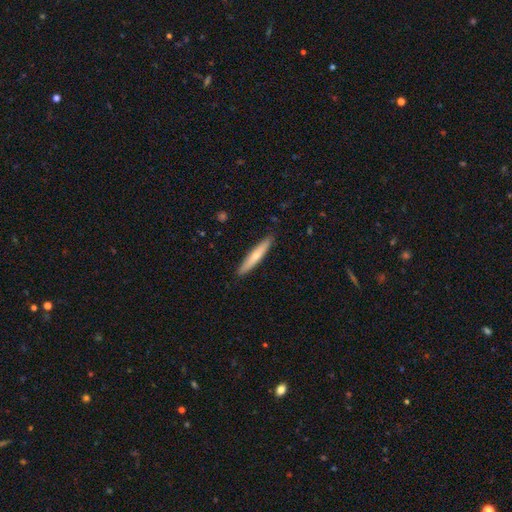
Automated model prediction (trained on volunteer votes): A smooth galaxy with no disk features (61%) that is cigar-shaped (92%).

Vote fractions:
- Smooth or featured? smooth: 61% / featured or disk: 34% / star or artifact: 5%
- How rounded? cigar-shaped: 92% / in between: 7% / round: 1%
- Merging? none: 89% / minor disturbance: 8% / major disturbance: 2% / merger: 1%